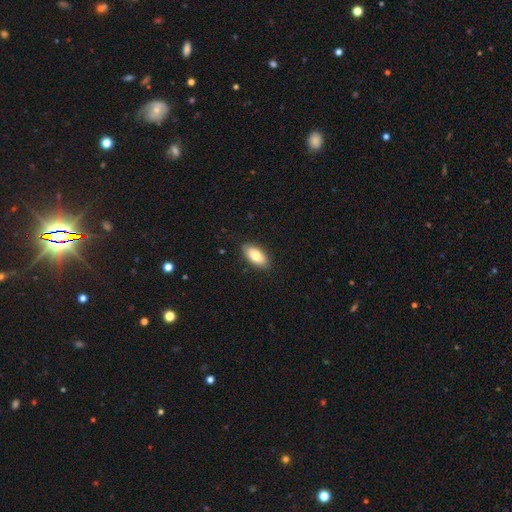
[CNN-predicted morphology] This is clearly a smooth galaxy (81%). How rounded: clearly in between (90%). Merging: clearly none (87%).